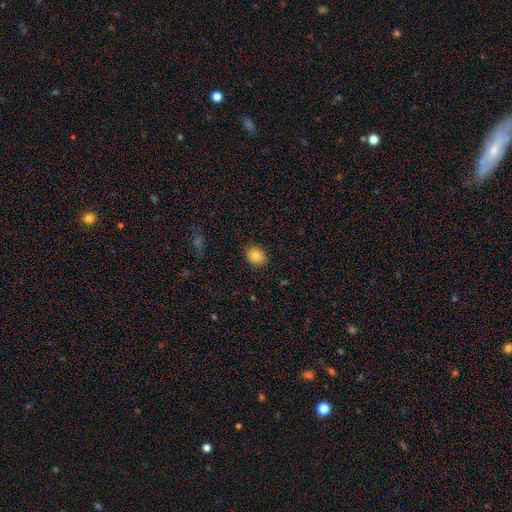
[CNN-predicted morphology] Smooth or featured: smooth — 83% (star or artifact — 9%)
How rounded: in between — 59% (round — 40%)
Merging: none — 88% (minor disturbance — 9%)